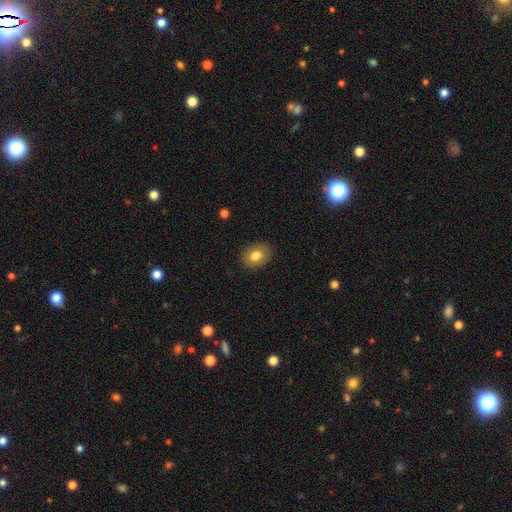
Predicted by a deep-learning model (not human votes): A smooth galaxy with no disk features (80%) that is in between round and cigar-shaped (62%). Merging: none (88%).